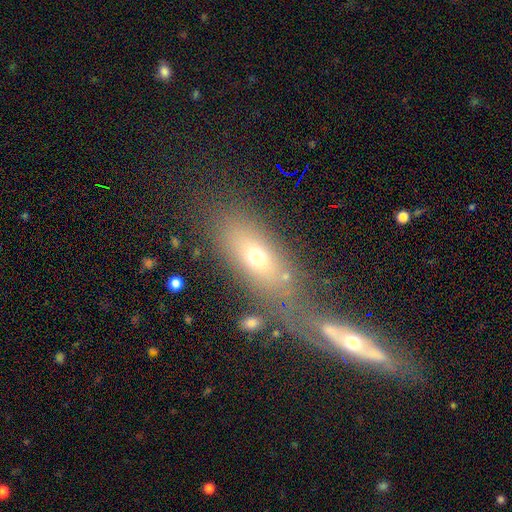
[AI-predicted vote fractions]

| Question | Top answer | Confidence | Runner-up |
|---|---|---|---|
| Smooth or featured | smooth | 61% | featured or disk (26%) |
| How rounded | in between | 69% | cigar-shaped (20%) |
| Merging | none | 46% | merger (29%) |